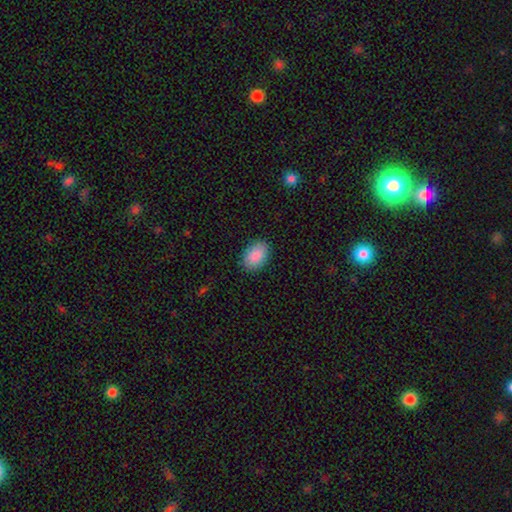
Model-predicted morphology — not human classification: This is clearly a smooth galaxy (90%). How rounded: clearly in between (91%). Merging: clearly none (88%).